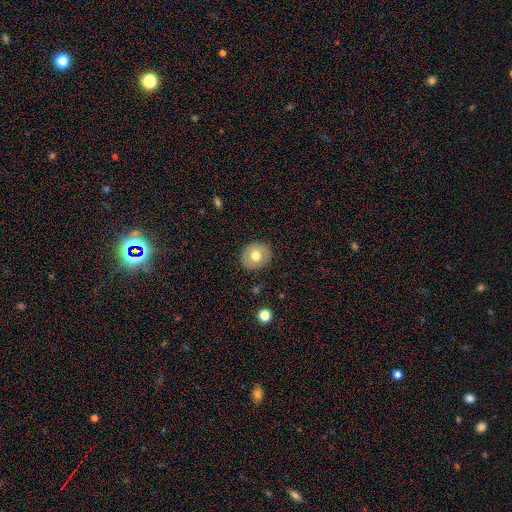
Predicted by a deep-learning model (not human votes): Overall: smooth (70%). How rounded: round (73%). Merging: none (88%).